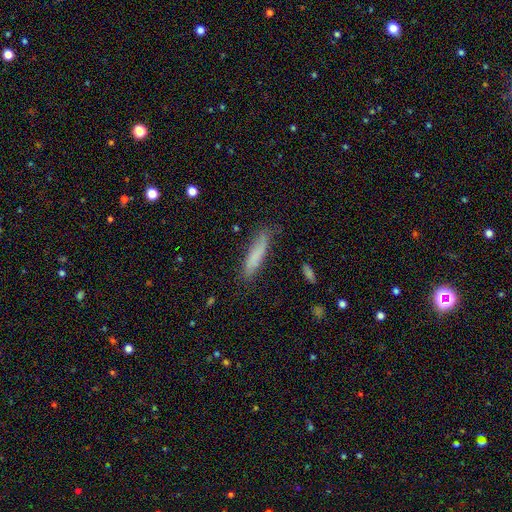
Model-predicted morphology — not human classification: A smooth galaxy with no disk features (75%) that is cigar-shaped (82%). Merging: none (75%).